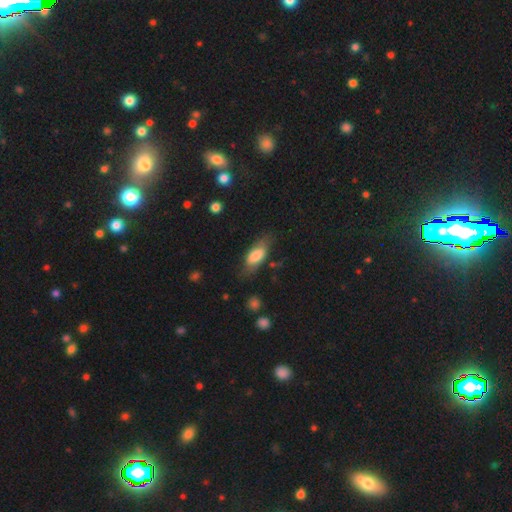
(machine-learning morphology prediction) This appears to be a smooth galaxy with no disk features (70%) that is in between round and cigar-shaped (77%). Merging: none (68%).